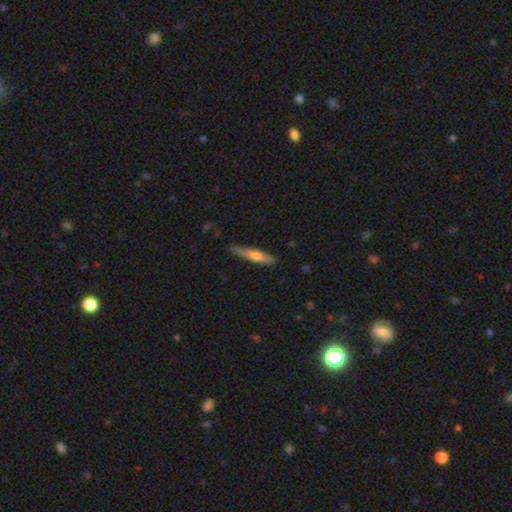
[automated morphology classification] Smooth or featured? Predicted: smooth (p=0.54). How rounded? Predicted: cigar-shaped (p=0.88). Merging? Predicted: none (p=0.79).